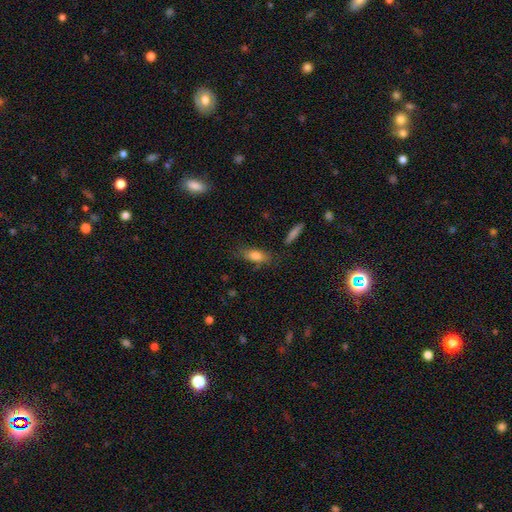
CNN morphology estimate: Q: Smooth or featured?
A: smooth (78%); runner-up: featured or disk (14%)
Q: How rounded?
A: in between (70%); runner-up: cigar-shaped (26%)
Q: Merging?
A: none (73%); runner-up: minor disturbance (19%)